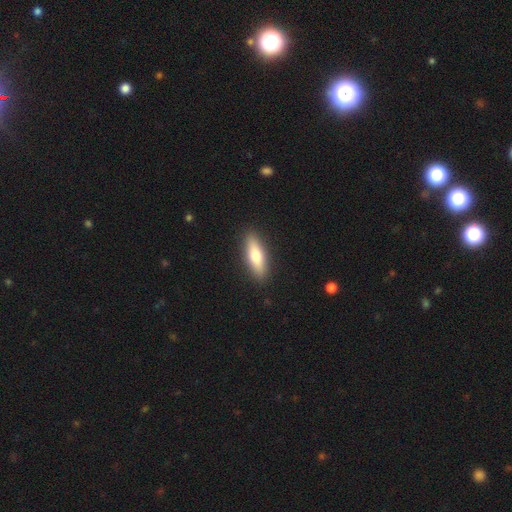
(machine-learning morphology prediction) Overall: smooth (67%). How rounded: cigar-shaped (51%; in between 47%). Merging: none (90%).